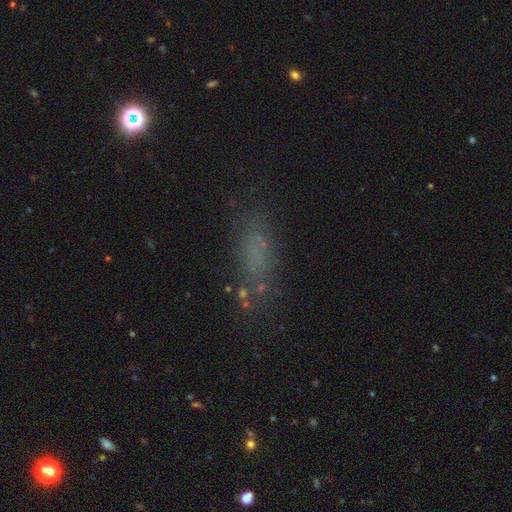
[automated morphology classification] Overall: smooth (61%; star or artifact 22%). How rounded: in between (60%; cigar-shaped 35%). Merging: none (66%).